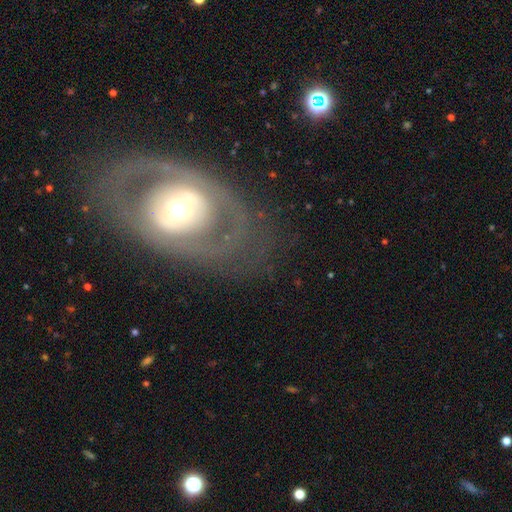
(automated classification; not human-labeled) This appears to be a featured or disk galaxy (69%) with no bar (65%), no spiral arms (59%) and a moderate central bulge (61%). Merging: none (70%).